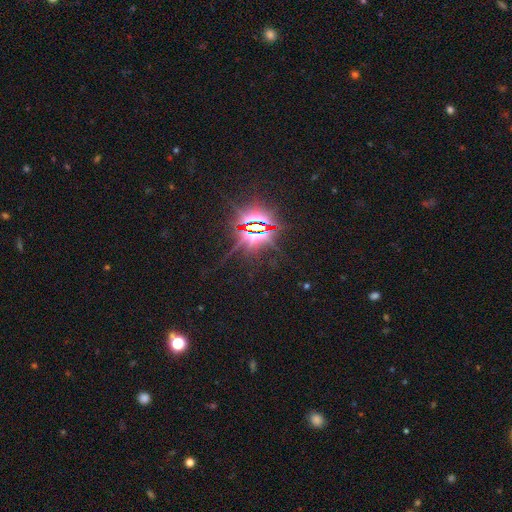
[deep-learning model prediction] Morphology: type=star or artifact (85%).